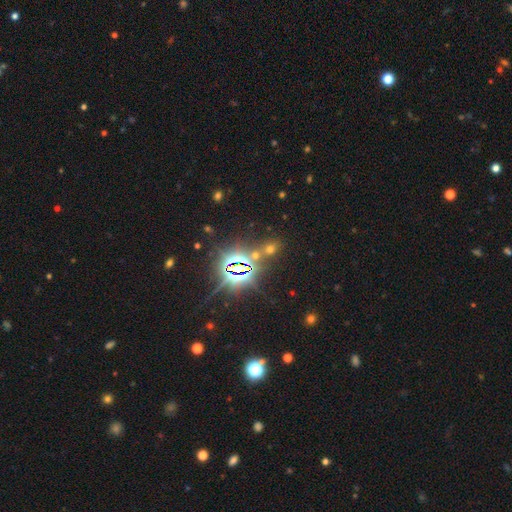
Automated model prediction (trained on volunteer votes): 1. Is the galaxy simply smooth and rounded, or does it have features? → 71% star or artifact, 21% smooth, 8% featured or disk.